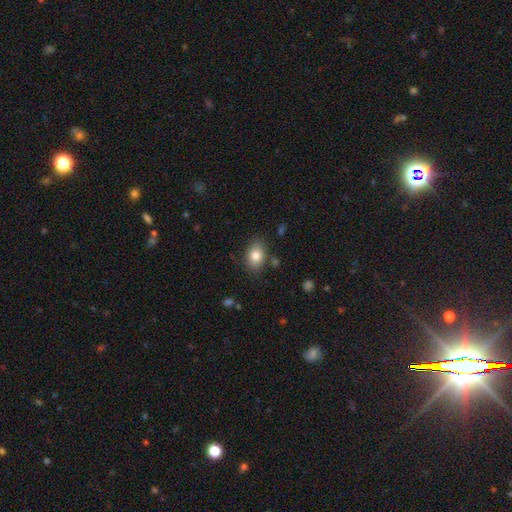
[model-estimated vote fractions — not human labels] A smooth galaxy with no disk features (81%) that is in between round and cigar-shaped (77%). Merging: none (82%).